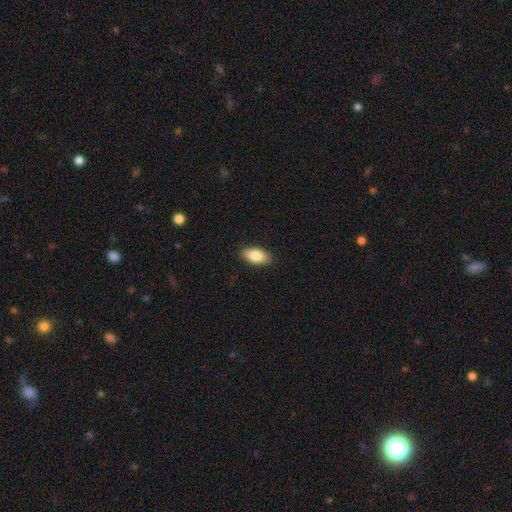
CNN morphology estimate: Smooth or featured? smooth (85%)
How rounded? in between (91%)
Merging? none (89%)